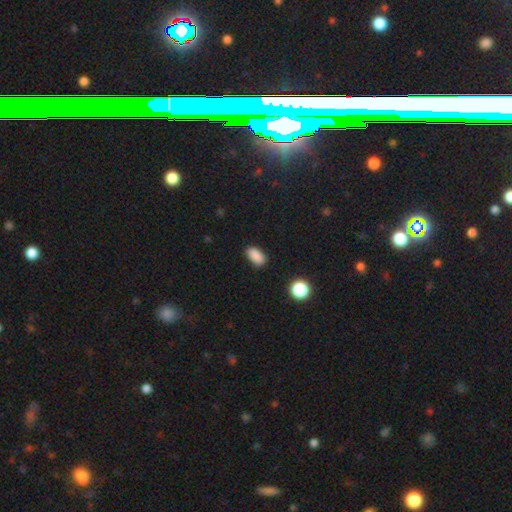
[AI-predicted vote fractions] smooth-or-featured: smooth: 87% | star or artifact: 10% | featured or disk: 3%
  how-rounded: in between: 90% | round: 6% | cigar-shaped: 3%
  merging: none: 85% | minor disturbance: 11% | major disturbance: 2% | merger: 1%